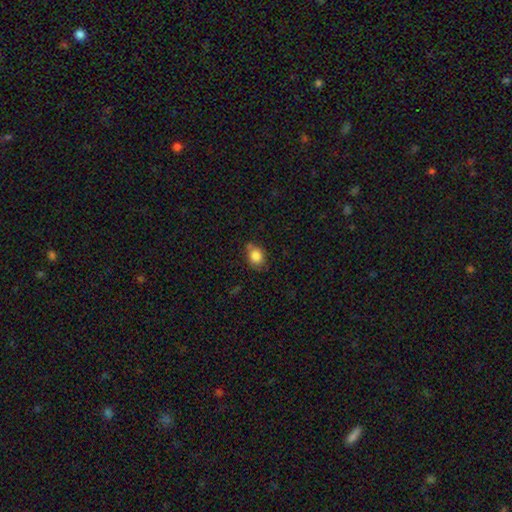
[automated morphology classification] A smooth galaxy with no disk features (84%) that is in between round and cigar-shaped (57%).

Vote fractions:
- Smooth or featured? smooth: 84% / star or artifact: 9% / featured or disk: 7%
- How rounded? in between: 57% / round: 41% / cigar-shaped: 1%
- Merging? none: 63% / minor disturbance: 27% / major disturbance: 5% / merger: 5%